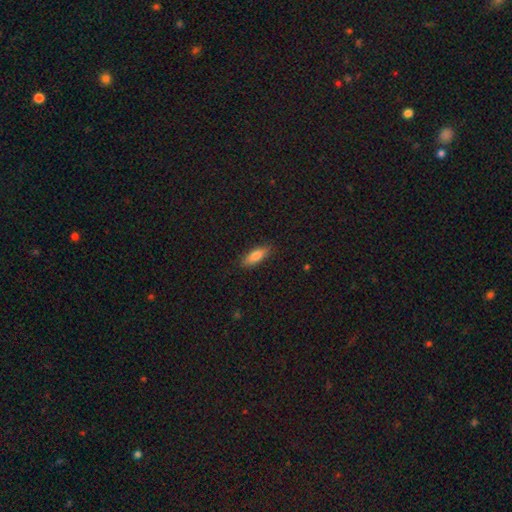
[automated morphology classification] Smooth or featured?
  - smooth: 78% *
  - featured or disk: 15%
  - star or artifact: 7%
How rounded?
  - in between: 60% *
  - cigar-shaped: 38%
  - round: 2%
Merging?
  - none: 86% *
  - minor disturbance: 11%
  - major disturbance: 2%
  - merger: 1%